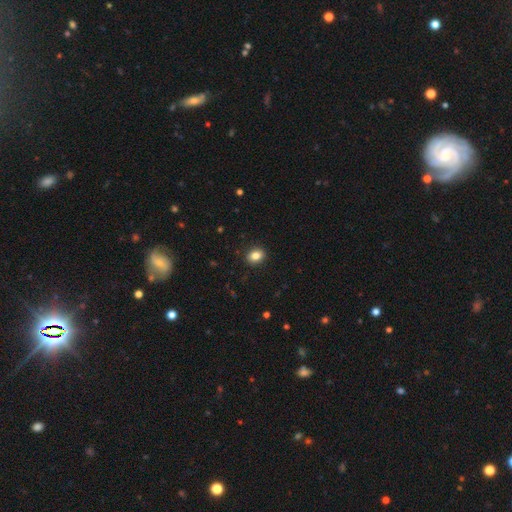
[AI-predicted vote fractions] The model was most divided on "how rounded": in between: 55%, round: 44%, cigar-shaped: 1%. More confident: merging — none (90%); smooth or featured — smooth (84%).